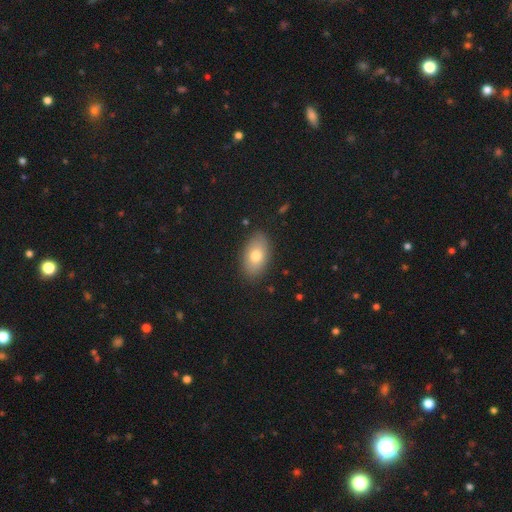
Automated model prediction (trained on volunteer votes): This is likely a smooth galaxy (75%). How rounded: clearly in between (91%). Merging: clearly none (86%).